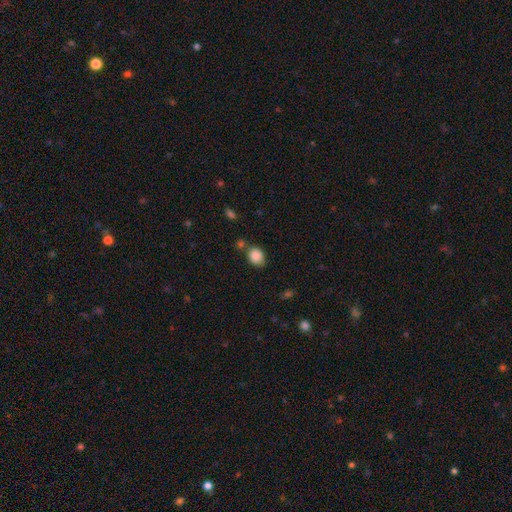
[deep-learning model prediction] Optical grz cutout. It shows a smooth galaxy with no disk features (87%) that is in between round and cigar-shaped (51%). Merging: none (63%).